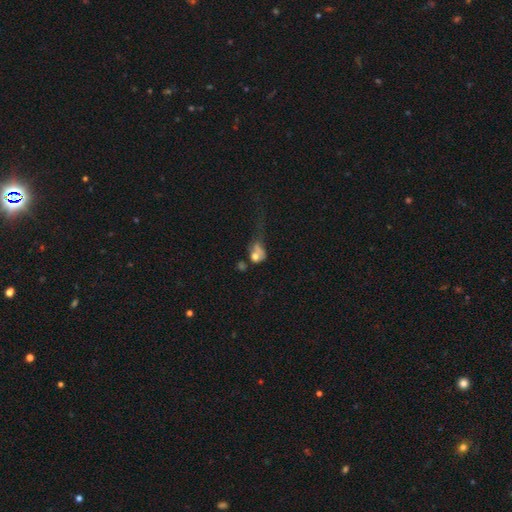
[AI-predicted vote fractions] smooth-or-featured: smooth: 60% | featured or disk: 26% | star or artifact: 14%
  how-rounded: in between: 54% | round: 43% | cigar-shaped: 3%
  merging: major disturbance: 46% | merger: 24% | none: 16% | minor disturbance: 14%